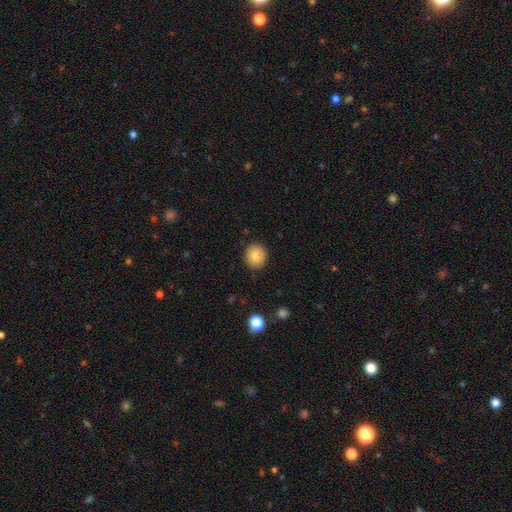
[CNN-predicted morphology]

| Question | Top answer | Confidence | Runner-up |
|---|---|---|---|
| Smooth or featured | smooth | 84% | star or artifact (9%) |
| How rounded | round | 77% | in between (22%) |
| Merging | none | 88% | minor disturbance (9%) |